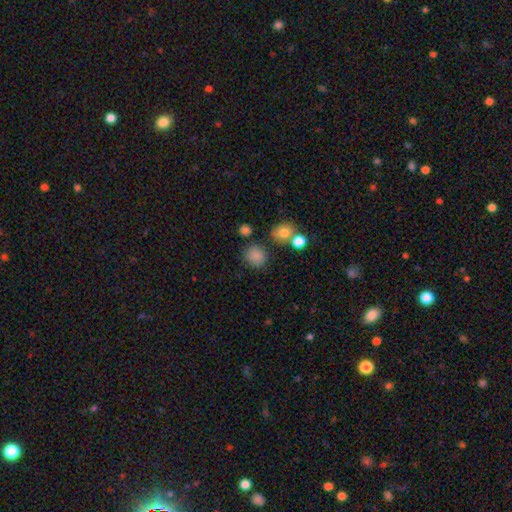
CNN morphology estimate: smooth 83%, star or artifact 12%, featured or disk 5%. Down the decision tree: how rounded — round (83%); merging — none (77%).